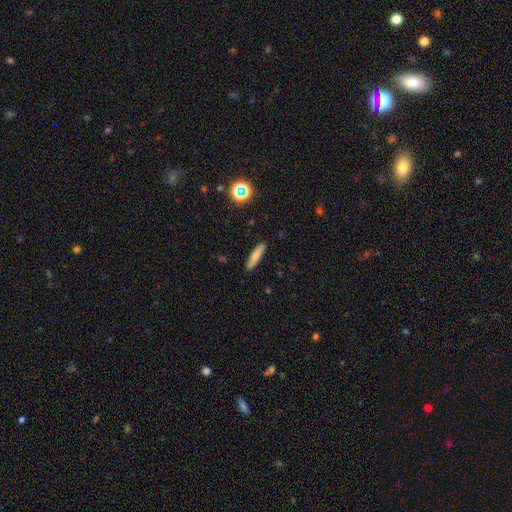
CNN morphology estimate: This is likely a smooth galaxy (78%). How rounded: clearly cigar-shaped (82%). Merging: clearly none (89%).